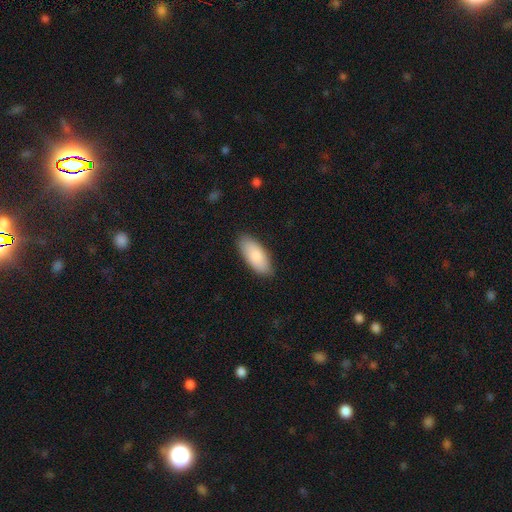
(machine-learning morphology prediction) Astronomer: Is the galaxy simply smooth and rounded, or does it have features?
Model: smooth — 86%.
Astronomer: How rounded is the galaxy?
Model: in between — 86%.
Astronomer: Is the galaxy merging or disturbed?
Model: none — 86%.